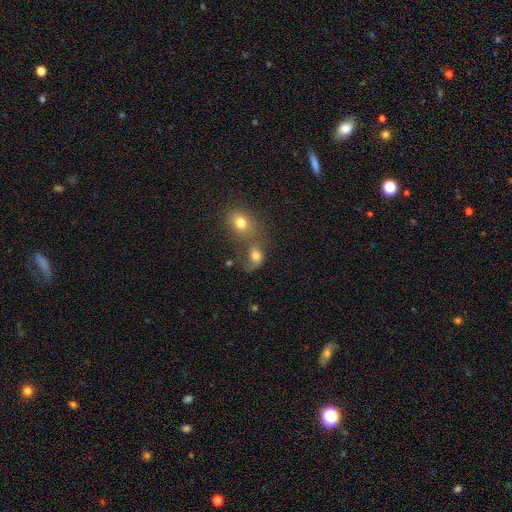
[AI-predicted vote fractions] Smooth or featured: smooth — 68% (featured or disk — 20%)
How rounded: in between — 62% (round — 36%)
Merging: merger — 50% (none — 23%)